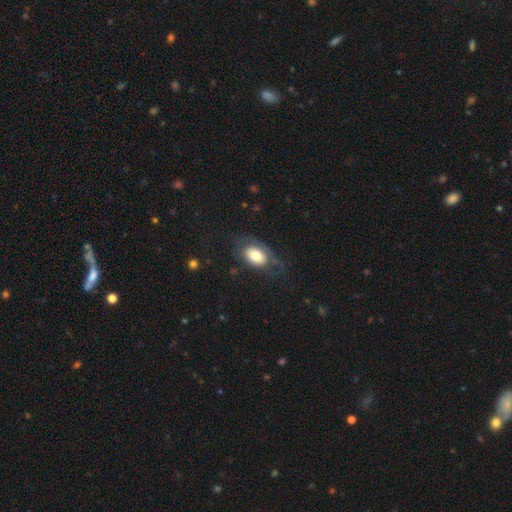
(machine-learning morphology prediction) This appears to be a smooth galaxy with no disk features (65%) that is in between round and cigar-shaped (87%). Merging: none (57%).